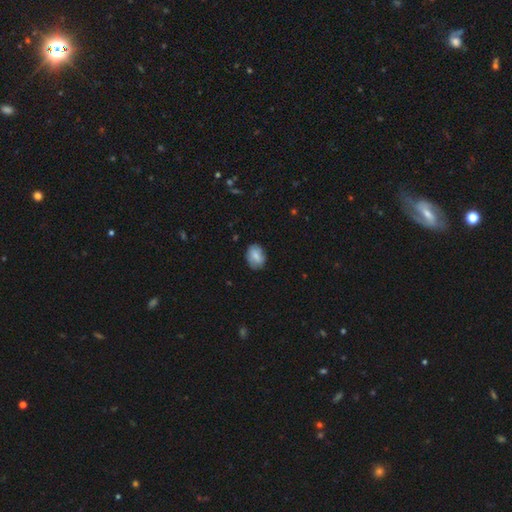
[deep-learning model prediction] Overall: smooth (75%). How rounded: in between (74%). Merging: none (73%).